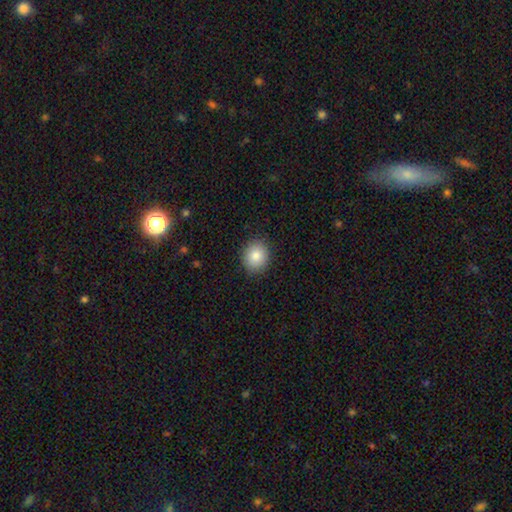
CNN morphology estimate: A smooth galaxy with no disk features (85%) that is round (78%).

Vote fractions:
- Smooth or featured? smooth: 85% / star or artifact: 8% / featured or disk: 6%
- How rounded? round: 78% / in between: 21% / cigar-shaped: 1%
- Merging? none: 90% / minor disturbance: 7% / major disturbance: 2% / merger: 1%